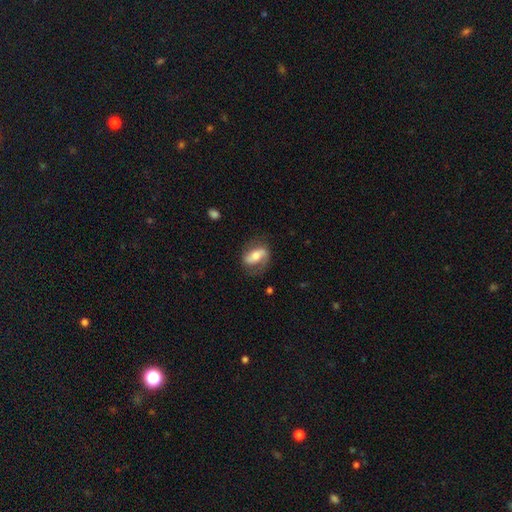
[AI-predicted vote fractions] Smooth or featured: featured or disk — 62% (smooth — 32%)
Edge-on disk: no — 93% (yes — 7%)
Bar: strong — 41% (weak — 30%)
Spiral arms: yes — 83% (no — 17%)
Bulge size: moderate — 60% (small — 26%)
Merging: none — 65% (minor disturbance — 21%)